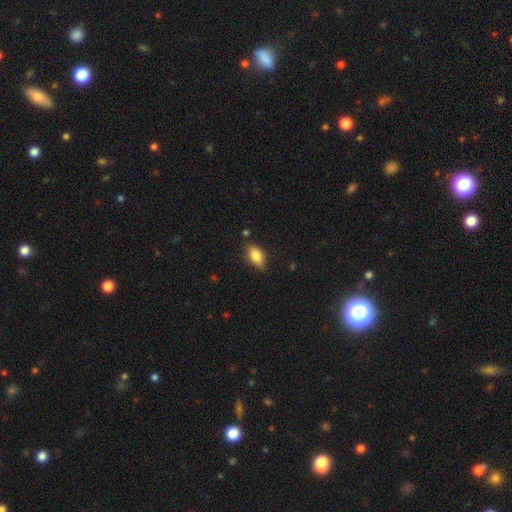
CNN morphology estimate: This is clearly a smooth galaxy (83%). How rounded: clearly in between (89%). Merging: likely none (79%).